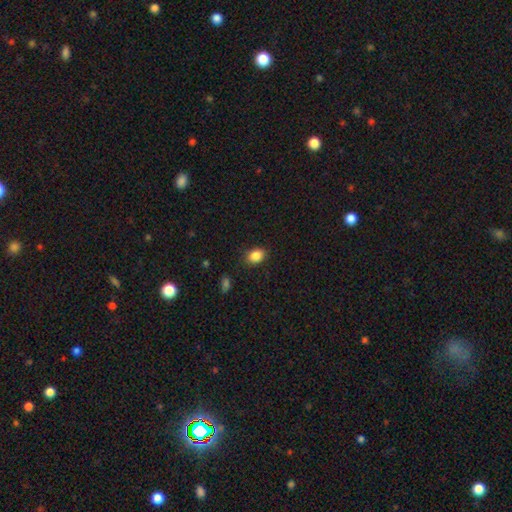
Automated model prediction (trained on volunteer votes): smooth 87%, star or artifact 9%, featured or disk 4%. Down the decision tree: how rounded — in between (70%); merging — none (85%).